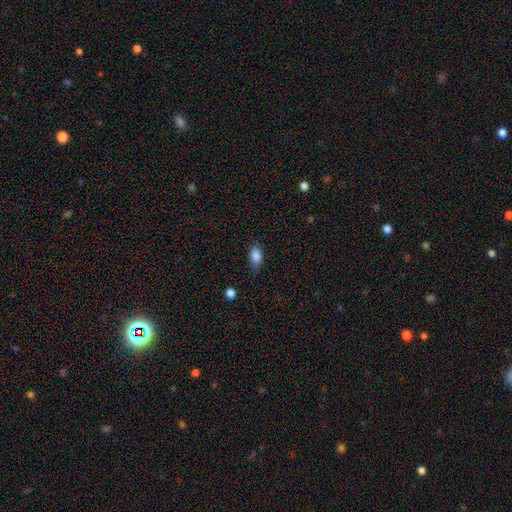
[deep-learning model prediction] A smooth galaxy with no disk features (86%) that is in between round and cigar-shaped (88%).

Vote fractions:
- Smooth or featured? smooth: 86% / star or artifact: 8% / featured or disk: 6%
- How rounded? in between: 88% / round: 7% / cigar-shaped: 5%
- Merging? none: 71% / minor disturbance: 22% / major disturbance: 5% / merger: 1%